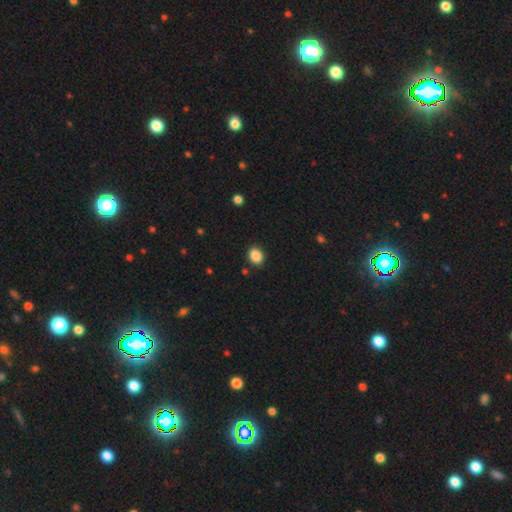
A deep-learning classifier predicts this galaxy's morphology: smooth_or_featured: smooth (p=0.87) [alt: star or artifact p=0.09]
how_rounded: round (p=0.52) [alt: in between p=0.47]
merging: none (p=0.90) [alt: minor disturbance p=0.07]